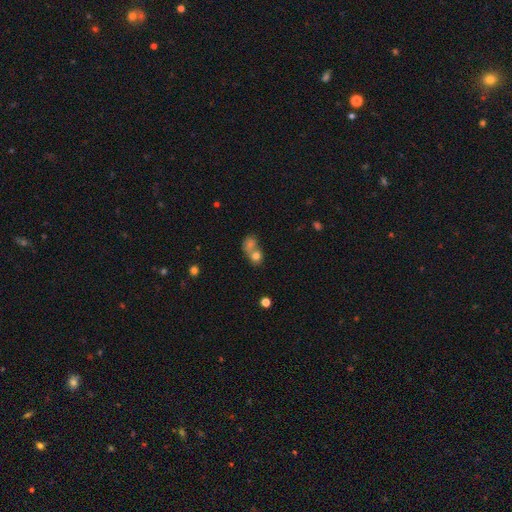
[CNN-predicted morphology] Q: Smooth or featured?
A: smooth (74%); runner-up: star or artifact (13%)
Q: How rounded?
A: round (67%); runner-up: in between (31%)
Q: Merging?
A: merger (56%); runner-up: none (31%)